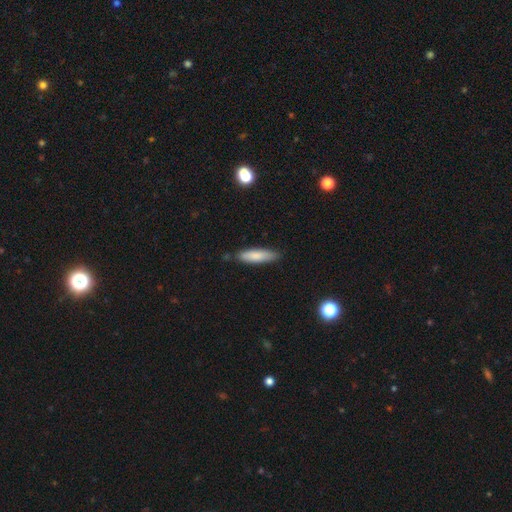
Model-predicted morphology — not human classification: Smooth or featured: smooth — 82% (featured or disk — 12%)
How rounded: cigar-shaped — 68% (in between — 30%)
Merging: none — 81% (minor disturbance — 14%)